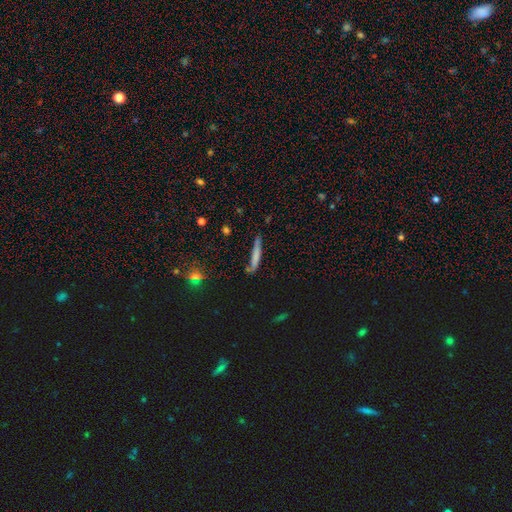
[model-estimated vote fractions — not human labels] Smooth or featured: smooth — 66% (featured or disk — 26%)
How rounded: cigar-shaped — 93% (in between — 6%)
Merging: none — 64% (minor disturbance — 24%)